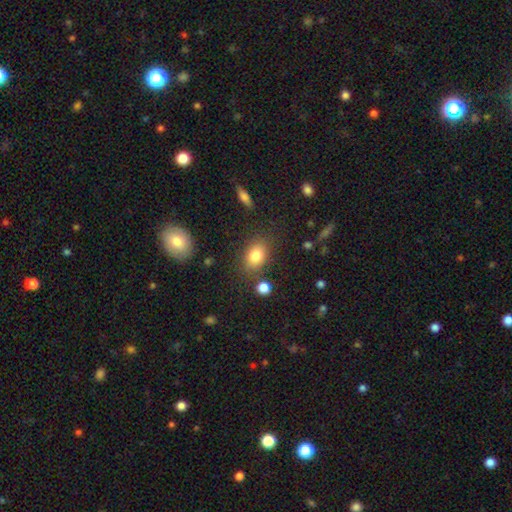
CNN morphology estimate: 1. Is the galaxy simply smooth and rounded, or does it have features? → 81% smooth, 10% star or artifact, 9% featured or disk.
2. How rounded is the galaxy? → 77% in between, 22% round, 2% cigar-shaped.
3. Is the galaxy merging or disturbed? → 79% none, 13% minor disturbance, 5% merger, 4% major disturbance.